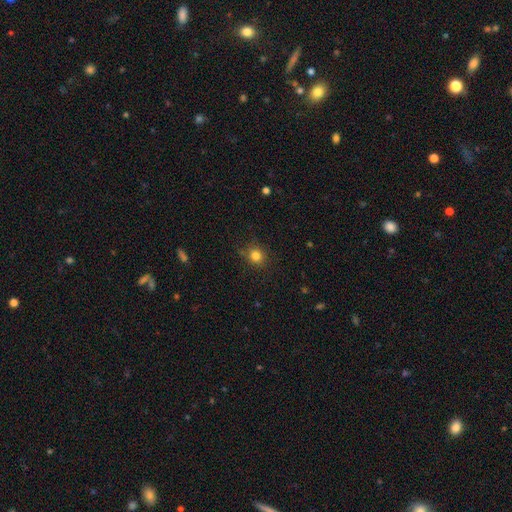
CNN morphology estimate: type=smooth (82%); roundness=round (83%); merging=none (84%).